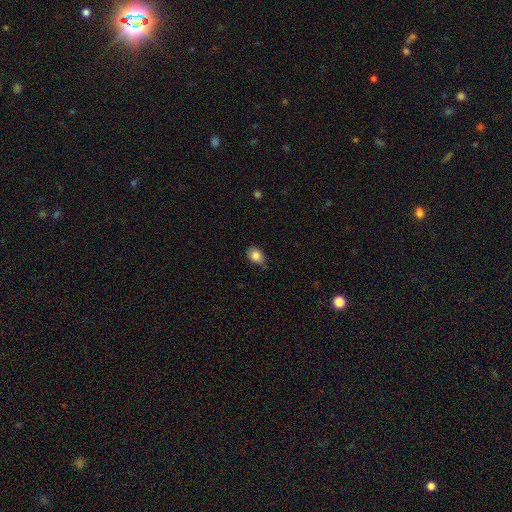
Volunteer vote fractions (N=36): smooth-or-featured: smooth: 86% | featured or disk: 11% | star or artifact: 3%
  how-rounded: in between: 87% | round: 13% | cigar-shaped: 0%
  merging: none: 74% | minor disturbance: 20% | major disturbance: 6% | merger: 0%